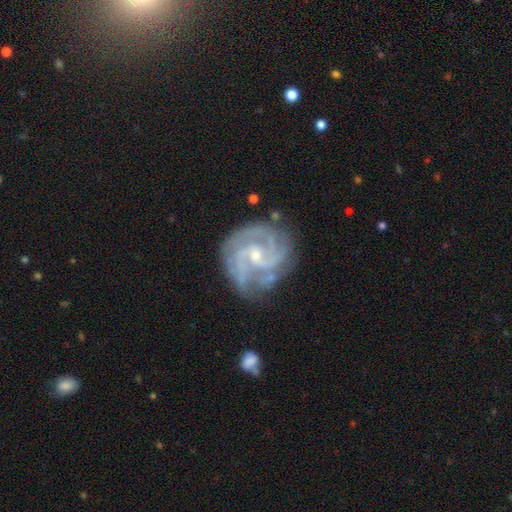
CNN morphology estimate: A featured or disk galaxy (90%) with no bar (48%), 3 (36%) tight (54%) spiral arms (98%) and a small central bulge (68%).

Vote fractions:
- Smooth or featured? featured or disk: 90% / star or artifact: 5% / smooth: 5%
- Edge-on disk? no: 98% / yes: 2%
- Bar? no: 48% / weak: 42% / strong: 10%
- Spiral arms? yes: 98% / no: 2%
- Spiral winding? tight: 54% / medium: 40% / loose: 6%
- Spiral arm count? 3: 36% / 2: 31% / can't tell: 12% / 4: 11% / more than 4: 5% / 1: 5%
- Bulge size? small: 68% / moderate: 28% / none: 2% / large: 1% / dominant: 1%
- Merging? none: 70% / minor disturbance: 20% / major disturbance: 7% / merger: 3%